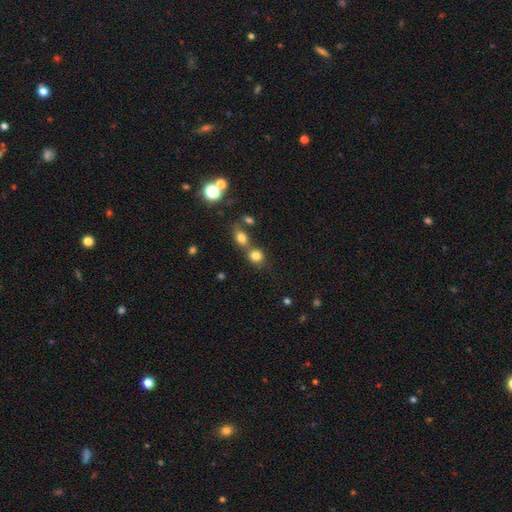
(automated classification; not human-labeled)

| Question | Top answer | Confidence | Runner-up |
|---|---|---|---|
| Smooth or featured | smooth | 80% | star or artifact (13%) |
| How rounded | round | 76% | in between (22%) |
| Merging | none | 49% | merger (39%) |